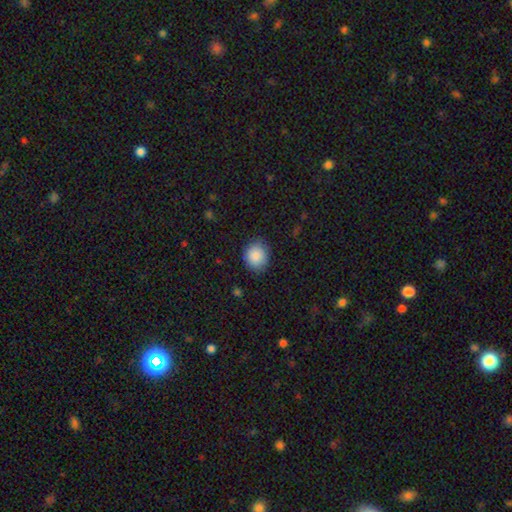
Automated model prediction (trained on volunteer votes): smooth-or-featured: smooth: 88% | star or artifact: 8% | featured or disk: 4%
  how-rounded: round: 68% | in between: 31% | cigar-shaped: 1%
  merging: none: 84% | minor disturbance: 12% | major disturbance: 3% | merger: 1%